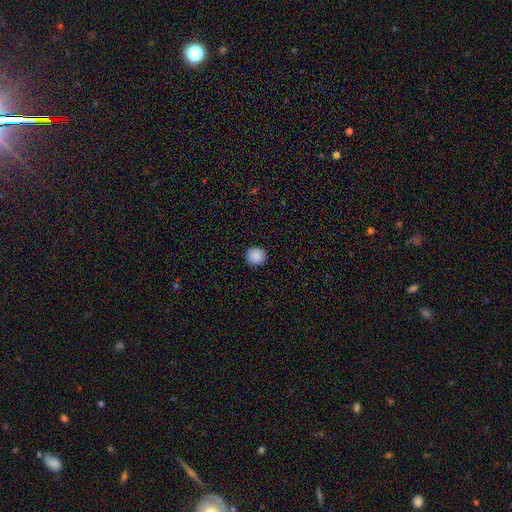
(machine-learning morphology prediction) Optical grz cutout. It shows a smooth galaxy with no disk features (89%) that is round (91%). Merging: none (92%).